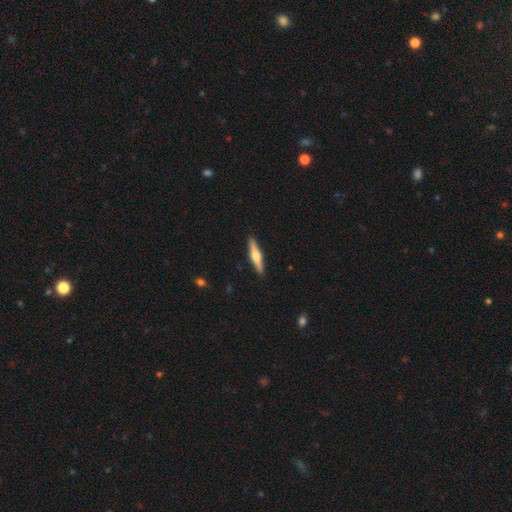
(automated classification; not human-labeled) The model was most divided on "smooth or featured": featured or disk: 61%, smooth: 34%, star or artifact: 5%. More confident: edge-on disk — yes (97%); merging — none (92%); edge-on bulge — rounded (91%).